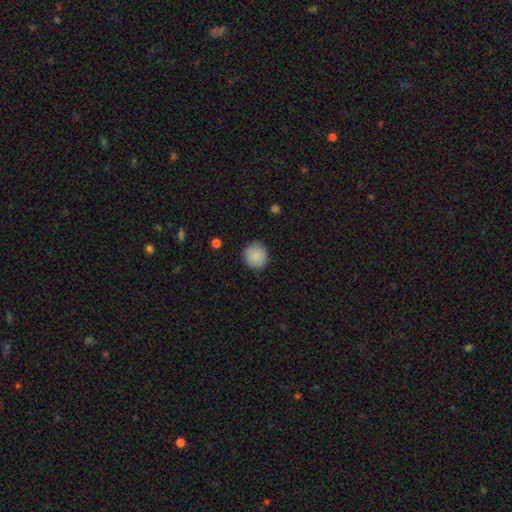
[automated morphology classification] This appears to be a smooth galaxy with no disk features (88%) that is round (91%). Merging: none (88%).